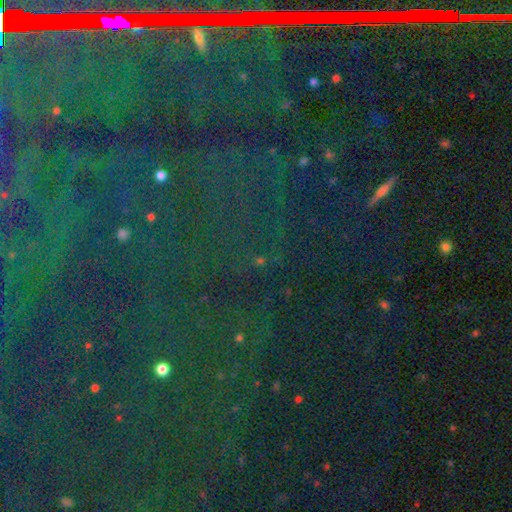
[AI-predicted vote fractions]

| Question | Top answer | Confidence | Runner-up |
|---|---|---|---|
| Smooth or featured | star or artifact | 80% | smooth (12%) |